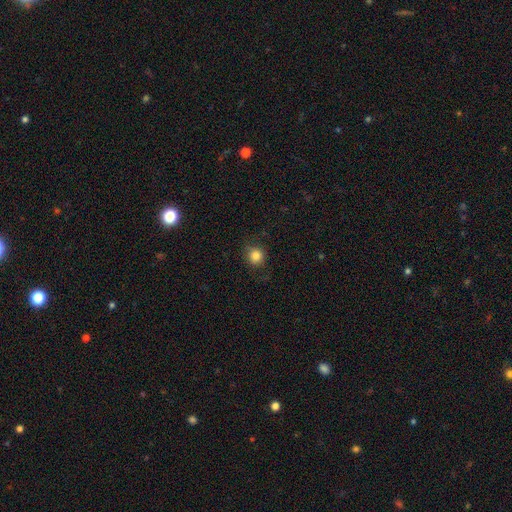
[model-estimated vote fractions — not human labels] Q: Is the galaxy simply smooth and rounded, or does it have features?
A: smooth — 84%.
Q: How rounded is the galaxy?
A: round — 89%.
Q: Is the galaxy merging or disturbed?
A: none — 84%.